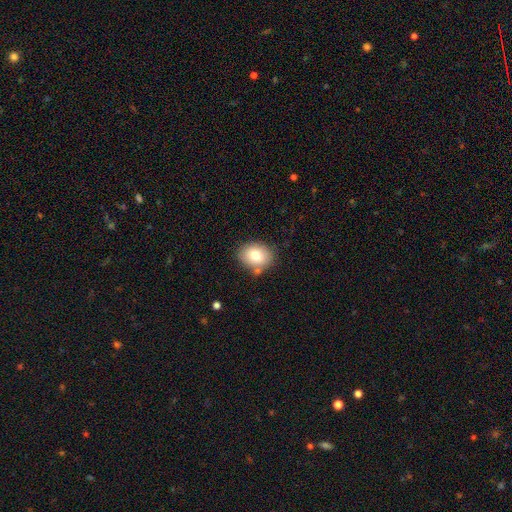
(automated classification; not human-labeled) A smooth galaxy with no disk features (77%) that is in between round and cigar-shaped (55%).

Vote fractions:
- Smooth or featured? smooth: 77% / featured or disk: 13% / star or artifact: 9%
- How rounded? in between: 55% / round: 44% / cigar-shaped: 1%
- Merging? none: 77% / minor disturbance: 14% / merger: 6% / major disturbance: 3%